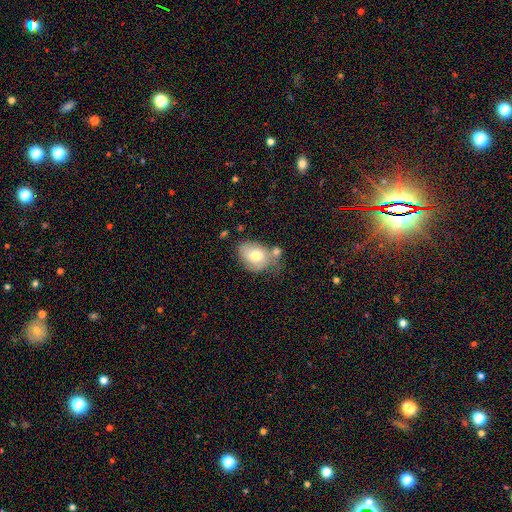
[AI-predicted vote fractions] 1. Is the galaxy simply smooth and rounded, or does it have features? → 67% smooth, 25% featured or disk, 7% star or artifact.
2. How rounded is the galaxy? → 69% in between, 30% round, 1% cigar-shaped.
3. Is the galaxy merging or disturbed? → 43% none, 27% minor disturbance, 20% merger, 10% major disturbance.